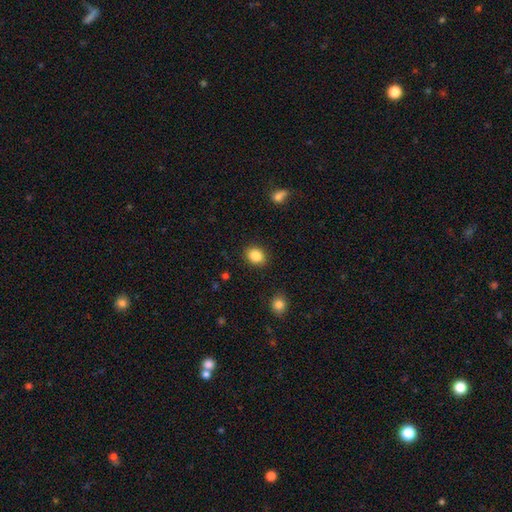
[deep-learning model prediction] smooth-or-featured: smooth: 86% | star or artifact: 9% | featured or disk: 5%
  how-rounded: round: 56% | in between: 43% | cigar-shaped: 1%
  merging: none: 88% | minor disturbance: 8% | major disturbance: 2% | merger: 2%